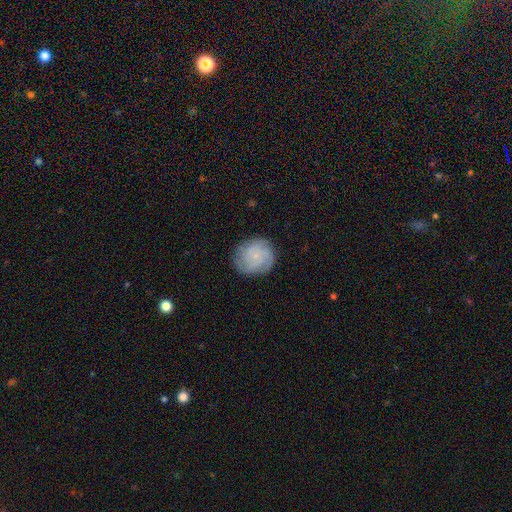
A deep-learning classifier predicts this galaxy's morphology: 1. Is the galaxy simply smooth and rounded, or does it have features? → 54% featured or disk, 37% smooth, 9% star or artifact.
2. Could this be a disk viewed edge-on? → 98% no, 2% yes.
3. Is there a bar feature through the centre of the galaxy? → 83% no, 15% weak, 2% strong.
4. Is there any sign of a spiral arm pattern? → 88% yes, 12% no.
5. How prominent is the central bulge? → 80% small, 9% moderate, 9% none, 1% large, 1% dominant.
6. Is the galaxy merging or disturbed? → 79% none, 15% minor disturbance, 5% major disturbance, 1% merger.